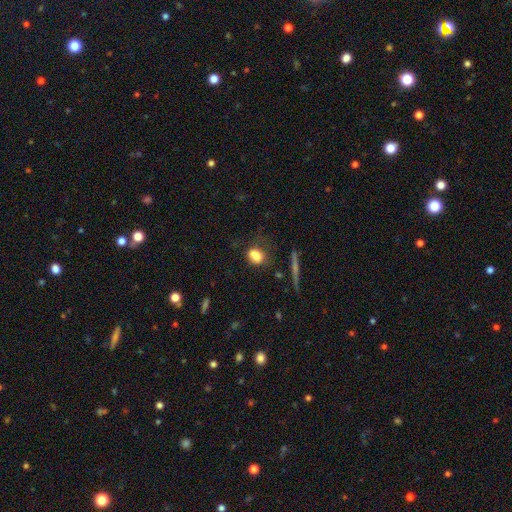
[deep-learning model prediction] Smooth or featured? smooth (78%)
How rounded? in between (62%)
Merging? none (49%)